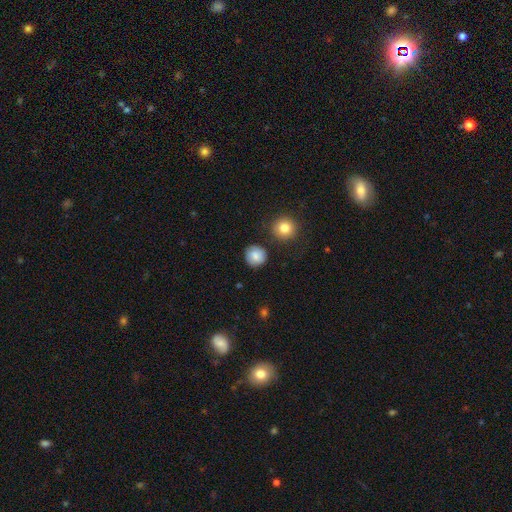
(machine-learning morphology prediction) Smooth or featured: smooth — 79% (featured or disk — 12%)
How rounded: round — 92% (in between — 7%)
Merging: none — 84% (minor disturbance — 10%)